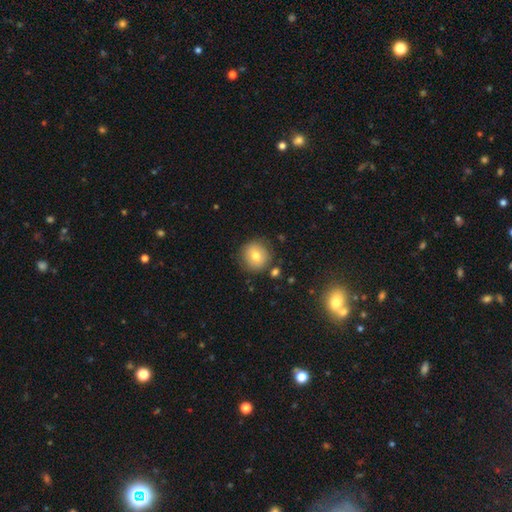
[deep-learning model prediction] smooth_or_featured: smooth (p=0.75) [alt: featured or disk p=0.15]
how_rounded: round (p=0.92) [alt: in between p=0.07]
merging: none (p=0.83) [alt: minor disturbance p=0.11]